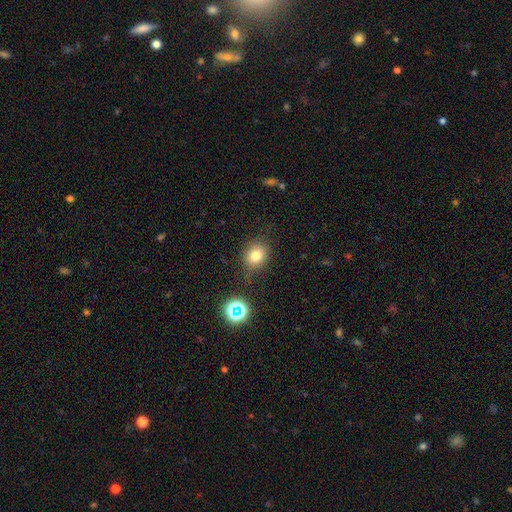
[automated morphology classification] A smooth galaxy with no disk features (76%) that is round (62%). Merging: none (80%).